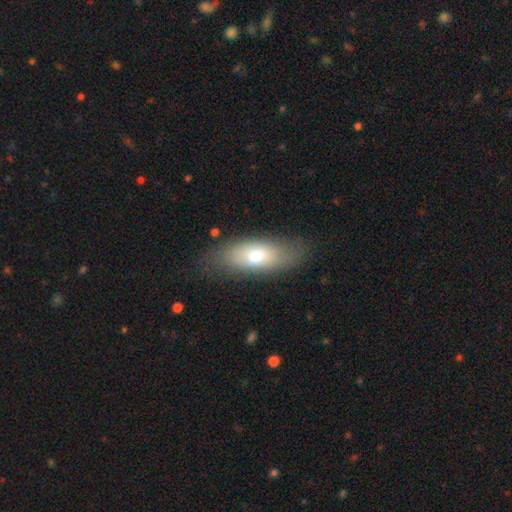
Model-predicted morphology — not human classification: smooth 71%, featured or disk 22%, star or artifact 7%. Down the decision tree: how rounded — in between (75%); merging — none (79%).